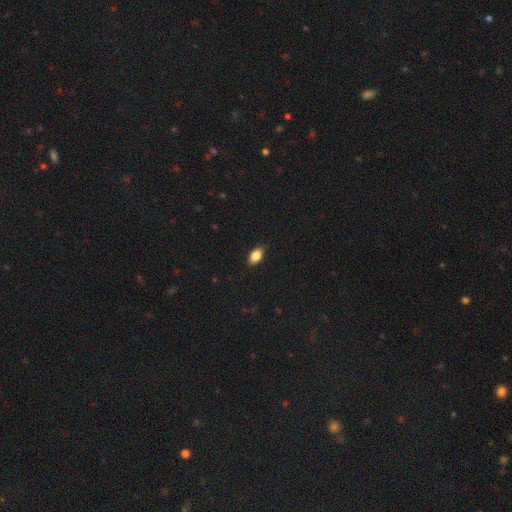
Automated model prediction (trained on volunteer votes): Morphology: type=smooth (85%); roundness=in between (90%); merging=none (86%).